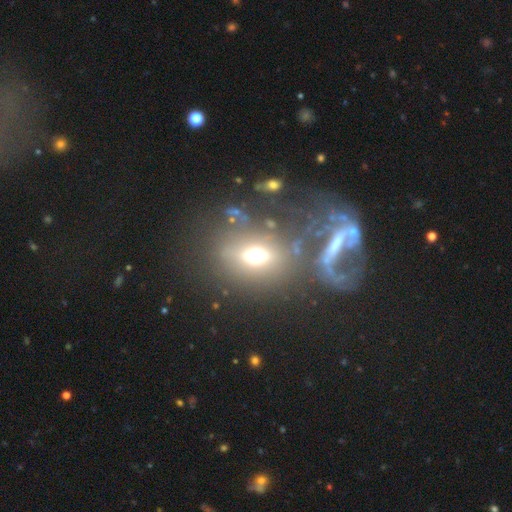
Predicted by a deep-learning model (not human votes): smooth-or-featured: smooth: 52% | featured or disk: 29% | star or artifact: 19%
  how-rounded: in between: 56% | round: 39% | cigar-shaped: 5%
  merging: none: 55% | major disturbance: 16% | minor disturbance: 15% | merger: 14%